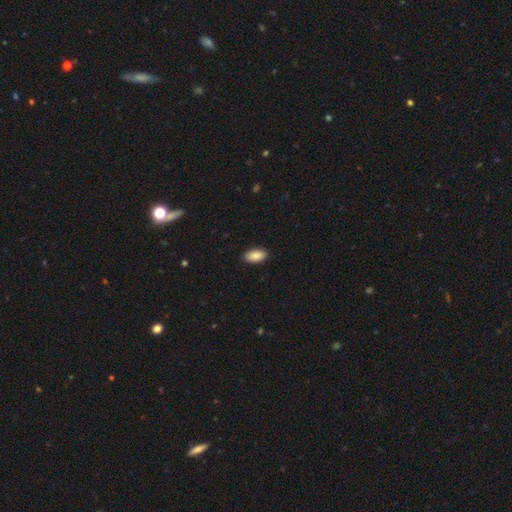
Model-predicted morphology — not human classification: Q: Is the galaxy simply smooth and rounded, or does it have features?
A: smooth — 87%.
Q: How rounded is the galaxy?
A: in between — 93%.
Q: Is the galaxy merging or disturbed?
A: none — 90%.